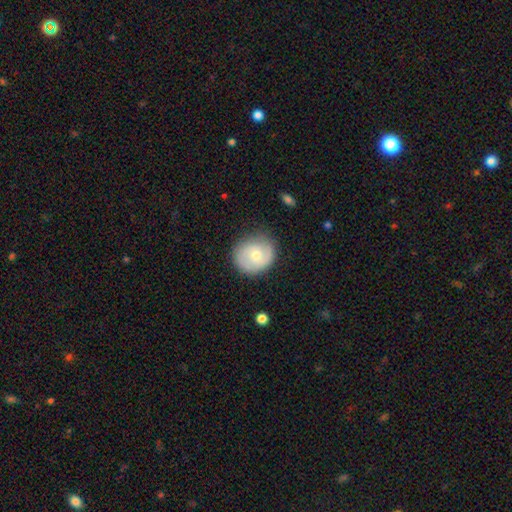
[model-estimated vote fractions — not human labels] This is possibly a featured or disk galaxy (50%). It is clearly not viewed edge-on (97%). Merging: likely none (77%).